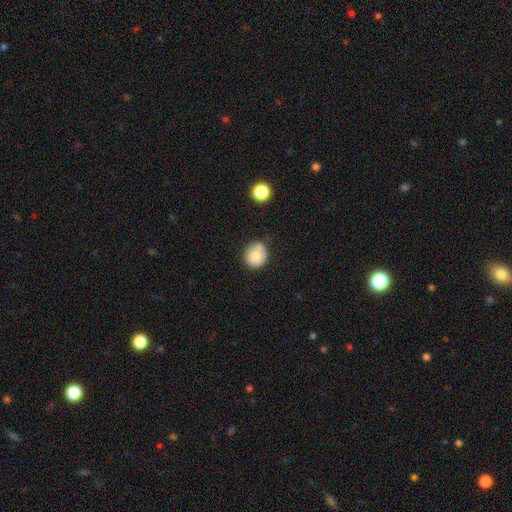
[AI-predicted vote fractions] A smooth galaxy with no disk features (77%) that is round (84%). Merging: none (73%).